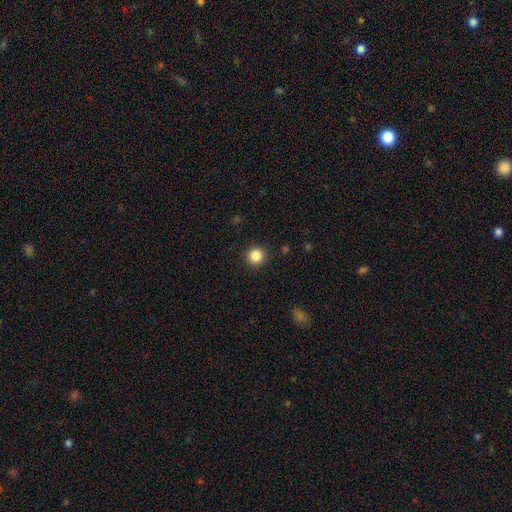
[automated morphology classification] smooth-or-featured: smooth: 85% | star or artifact: 11% | featured or disk: 4%
  how-rounded: round: 93% | in between: 6% | cigar-shaped: 1%
  merging: none: 91% | minor disturbance: 6% | major disturbance: 2% | merger: 1%